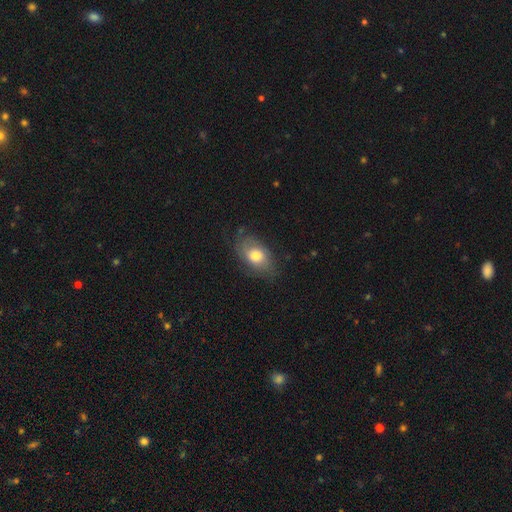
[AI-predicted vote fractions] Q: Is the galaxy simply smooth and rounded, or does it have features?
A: smooth — 61%.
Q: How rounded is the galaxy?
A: in between — 86%.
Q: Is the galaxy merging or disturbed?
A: none — 64%.